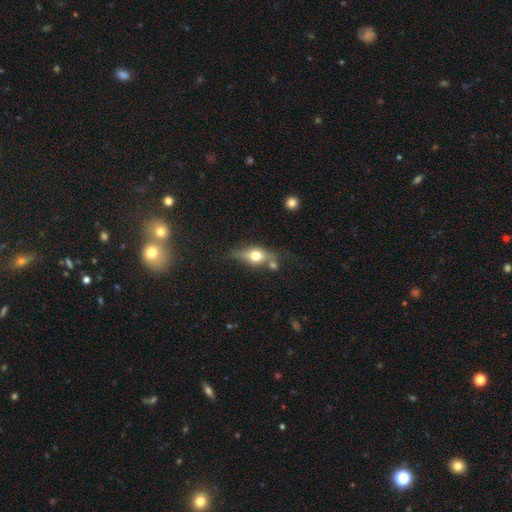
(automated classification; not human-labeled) Smooth or featured?
  - smooth: 56% *
  - featured or disk: 35%
  - star or artifact: 9%
How rounded?
  - in between: 65% *
  - round: 19%
  - cigar-shaped: 16%
Merging?
  - none: 54% *
  - minor disturbance: 22%
  - merger: 16%
  - major disturbance: 8%